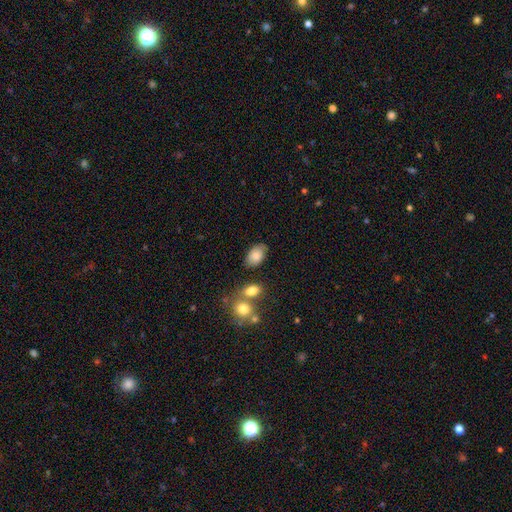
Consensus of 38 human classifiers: This appears to be a smooth galaxy with no disk features (79%) that is in between round and cigar-shaped (87%). Merging: none (53%).